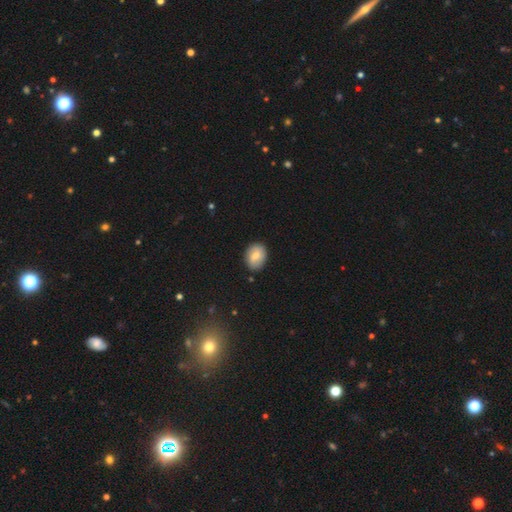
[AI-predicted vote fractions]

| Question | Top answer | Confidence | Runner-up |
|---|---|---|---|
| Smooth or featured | smooth | 67% | featured or disk (26%) |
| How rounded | in between | 64% | round (35%) |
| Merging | none | 84% | minor disturbance (12%) |